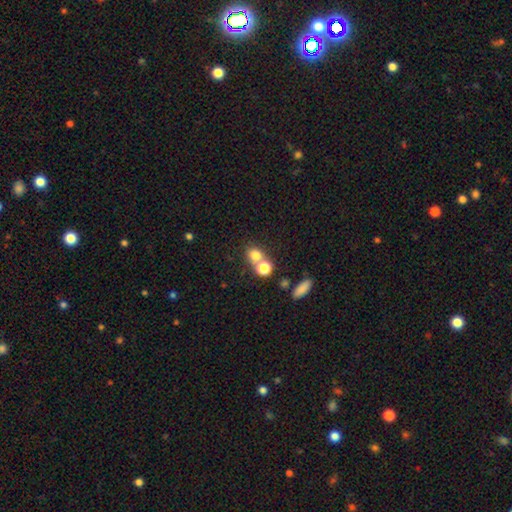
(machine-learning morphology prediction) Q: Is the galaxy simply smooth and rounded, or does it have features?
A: smooth — 75%.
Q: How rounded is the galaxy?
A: round — 68%.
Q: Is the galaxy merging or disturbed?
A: none — 45%.